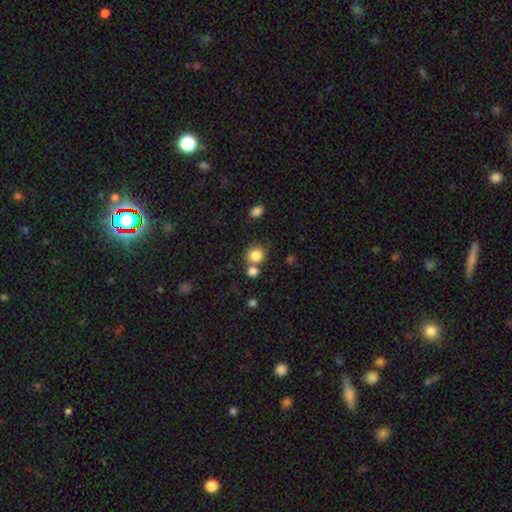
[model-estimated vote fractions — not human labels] Smooth or featured: smooth — 84% (star or artifact — 11%)
How rounded: round — 86% (in between — 13%)
Merging: none — 59% (merger — 28%)